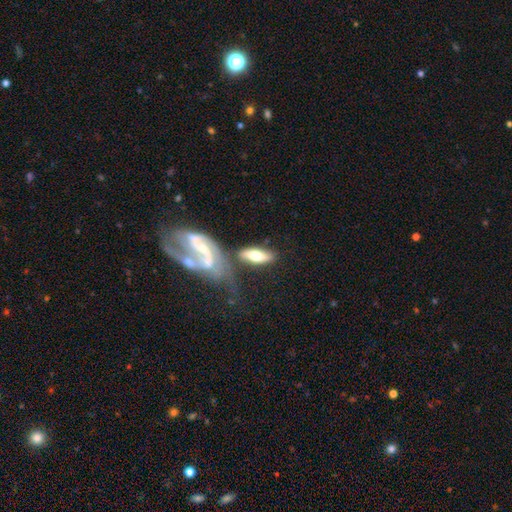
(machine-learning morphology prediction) smooth_or_featured: smooth (p=0.52) [alt: featured or disk p=0.42]
how_rounded: in between (p=0.65) [alt: cigar-shaped p=0.31]
merging: none (p=0.55) [alt: merger p=0.22]